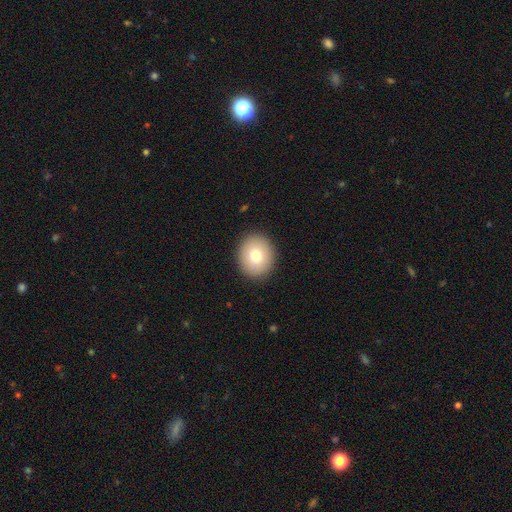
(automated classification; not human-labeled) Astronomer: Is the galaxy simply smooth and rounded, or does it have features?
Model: smooth — 76%.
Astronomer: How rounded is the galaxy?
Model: round — 74%.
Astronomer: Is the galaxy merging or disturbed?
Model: none — 91%.